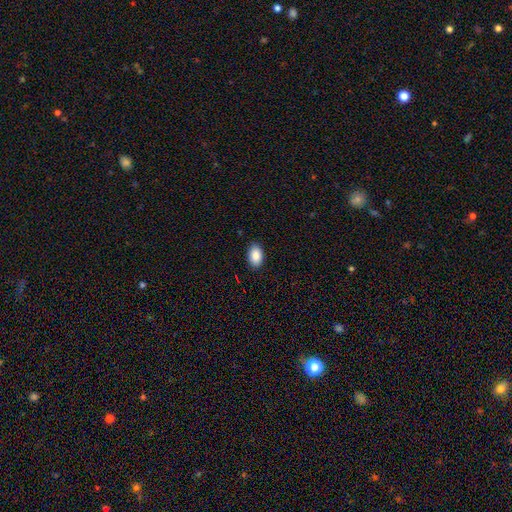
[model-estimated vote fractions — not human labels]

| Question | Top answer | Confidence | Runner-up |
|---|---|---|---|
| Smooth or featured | smooth | 88% | star or artifact (7%) |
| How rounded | in between | 91% | round (7%) |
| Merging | none | 89% | minor disturbance (8%) |